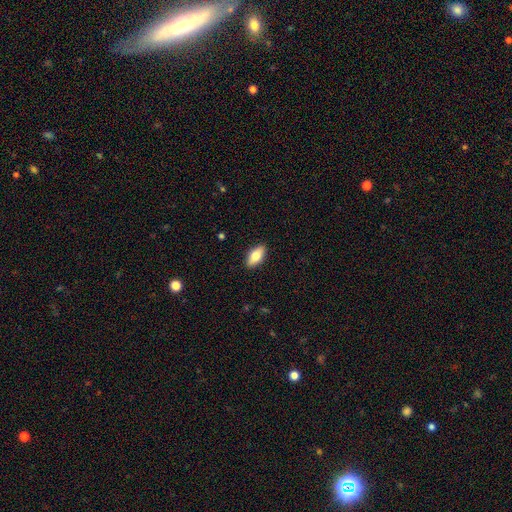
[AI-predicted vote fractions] Morphology: type=smooth (75%); roundness=in between (88%); merging=none (89%).